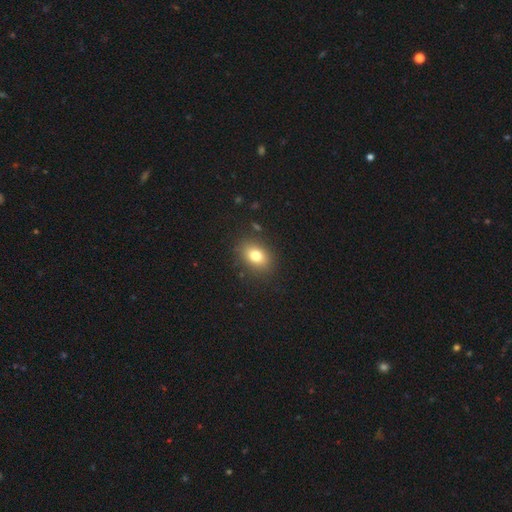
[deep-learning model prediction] Smooth or featured? Predicted: smooth (p=0.78). How rounded? Predicted: in between (p=0.68). Merging? Predicted: none (p=0.86).